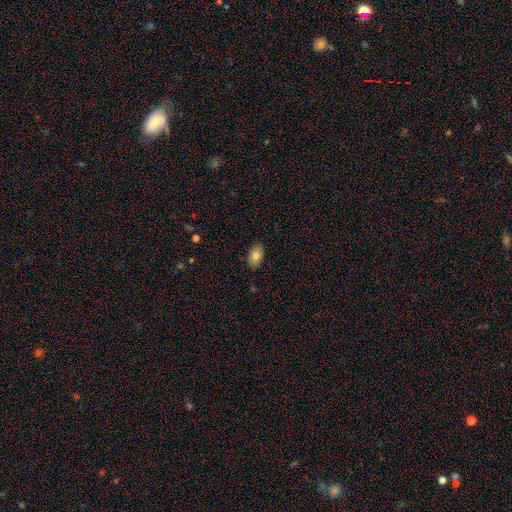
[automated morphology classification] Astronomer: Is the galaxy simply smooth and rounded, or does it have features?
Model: smooth — 79%.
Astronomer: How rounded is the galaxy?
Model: in between — 92%.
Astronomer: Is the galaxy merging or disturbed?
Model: none — 87%.